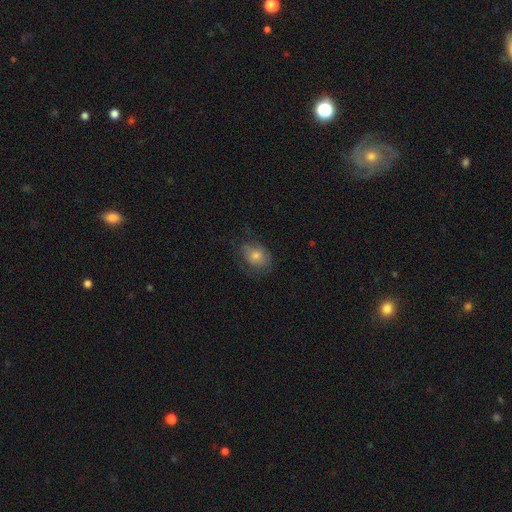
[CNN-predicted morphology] Overall: smooth (63%; featured or disk 25%). How rounded: in between (56%; round 43%). Merging: none (62%; minor disturbance 24%).